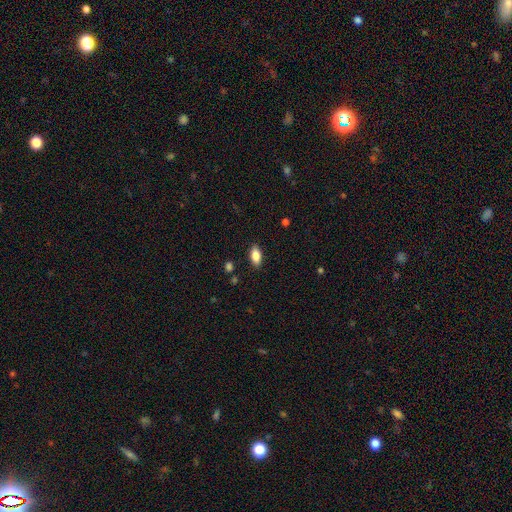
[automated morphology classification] type=smooth (82%); roundness=in between (88%); merging=none (87%).